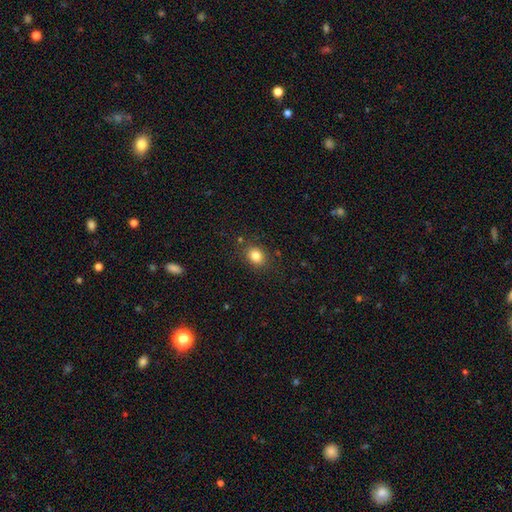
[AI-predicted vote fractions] A smooth galaxy with no disk features (82%) that is round (52%).

Vote fractions:
- Smooth or featured? smooth: 82% / star or artifact: 11% / featured or disk: 7%
- How rounded? round: 52% / in between: 47% / cigar-shaped: 1%
- Merging? none: 83% / minor disturbance: 11% / major disturbance: 3% / merger: 2%